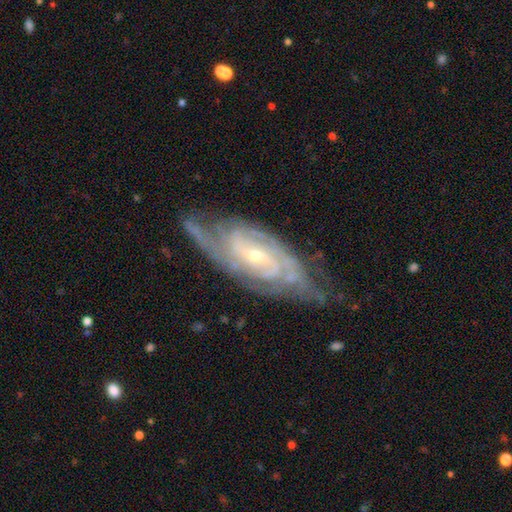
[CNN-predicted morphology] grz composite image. It shows a featured or disk galaxy (89%) with a weak bar (44%), 2 (36%) tight (64%) spiral arms (97%) and a small central bulge (68%). Merging: none (67%).